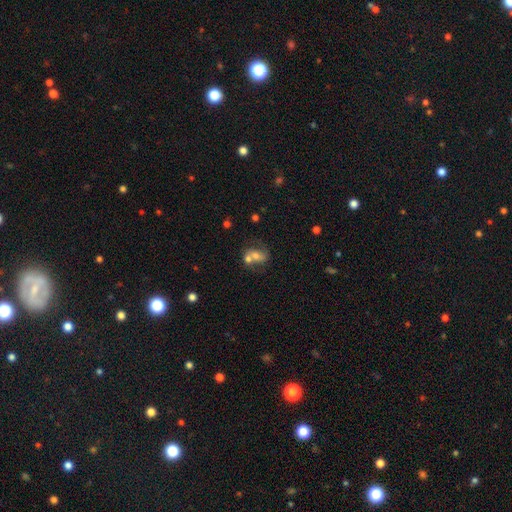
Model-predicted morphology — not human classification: Smooth or featured? Predicted: smooth (p=0.46). Merging? Predicted: merger (p=0.46).